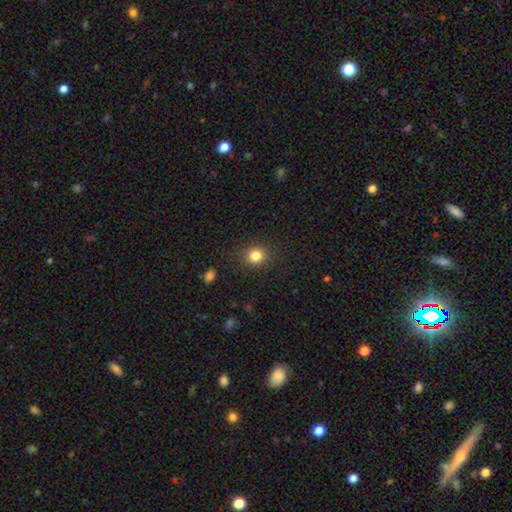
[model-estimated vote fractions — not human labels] A smooth galaxy with no disk features (83%) that is round (83%). Merging: none (89%).